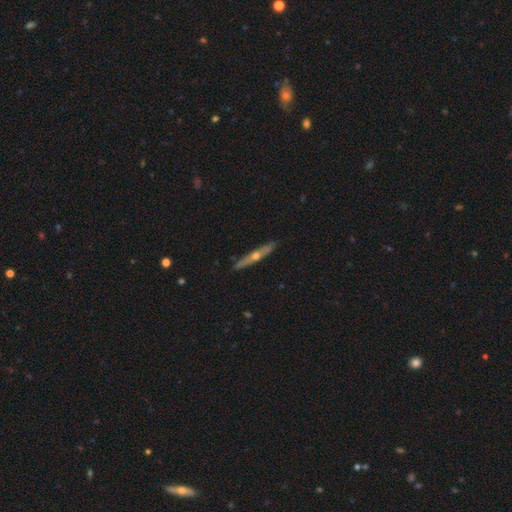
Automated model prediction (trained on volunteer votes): Smooth or featured? Predicted: featured or disk (p=0.67). Edge-on disk? Predicted: yes (p=0.94). Edge-on bulge? Predicted: rounded (p=0.86). Merging? Predicted: none (p=0.89).